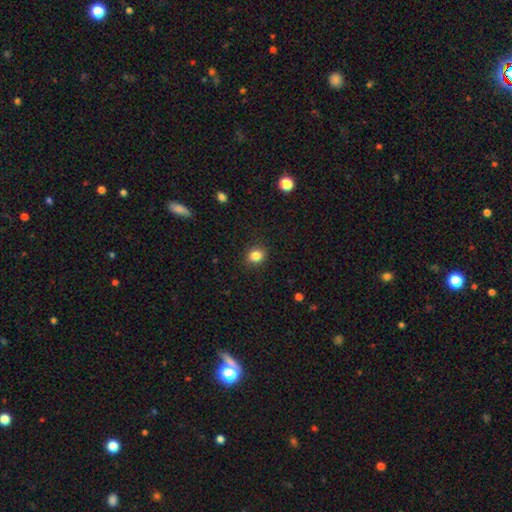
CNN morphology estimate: smooth-or-featured: smooth: 84% | star or artifact: 11% | featured or disk: 5%
  how-rounded: round: 63% | in between: 36% | cigar-shaped: 1%
  merging: none: 89% | minor disturbance: 8% | major disturbance: 2% | merger: 1%